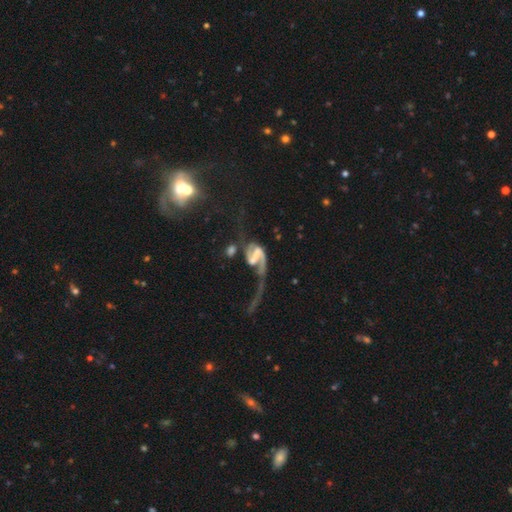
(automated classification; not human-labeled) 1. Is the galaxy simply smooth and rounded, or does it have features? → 84% featured or disk, 9% smooth, 7% star or artifact.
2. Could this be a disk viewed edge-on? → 97% no, 3% yes.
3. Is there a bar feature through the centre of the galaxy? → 52% strong, 32% weak, 16% no.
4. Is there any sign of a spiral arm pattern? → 91% yes, 9% no.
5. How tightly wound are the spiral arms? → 69% loose, 22% medium, 9% tight.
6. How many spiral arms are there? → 78% 2, 16% 1, 3% can't tell, 1% 3, 1% 4, 1% more than 4.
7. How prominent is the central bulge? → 47% none, 28% small, 16% moderate, 6% large, 2% dominant.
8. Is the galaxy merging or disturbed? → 46% major disturbance, 25% none, 16% merger, 12% minor disturbance.